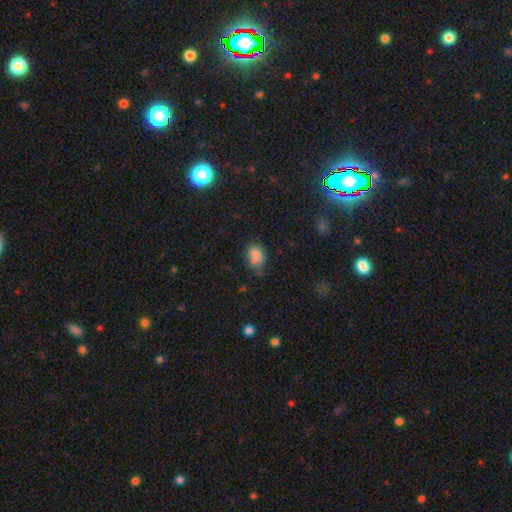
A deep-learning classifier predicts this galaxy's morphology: Q: Smooth or featured?
A: smooth (82%); runner-up: star or artifact (11%)
Q: How rounded?
A: in between (75%); runner-up: round (24%)
Q: Merging?
A: none (56%); runner-up: minor disturbance (27%)